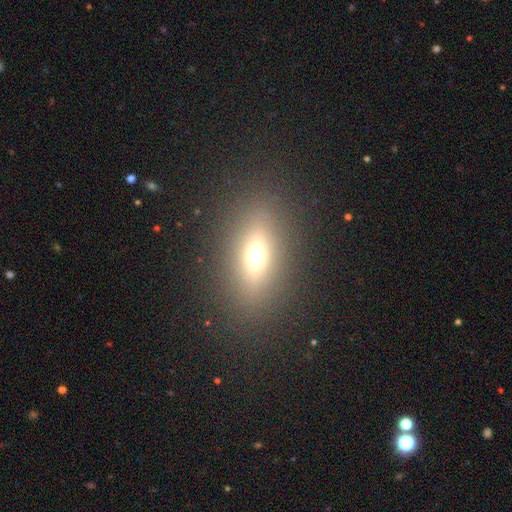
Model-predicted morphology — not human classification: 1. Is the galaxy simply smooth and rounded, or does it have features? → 55% smooth, 26% featured or disk, 19% star or artifact.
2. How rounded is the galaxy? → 70% in between, 16% round, 14% cigar-shaped.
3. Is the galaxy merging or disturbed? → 85% none, 8% minor disturbance, 6% major disturbance, 1% merger.